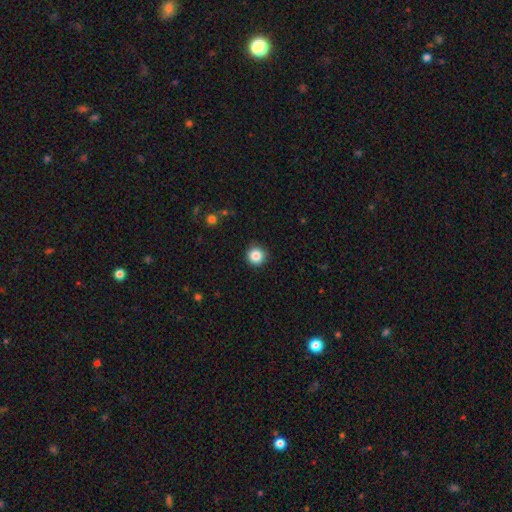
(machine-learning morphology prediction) This is clearly a smooth galaxy (86%). How rounded: clearly round (95%). Merging: clearly none (91%).